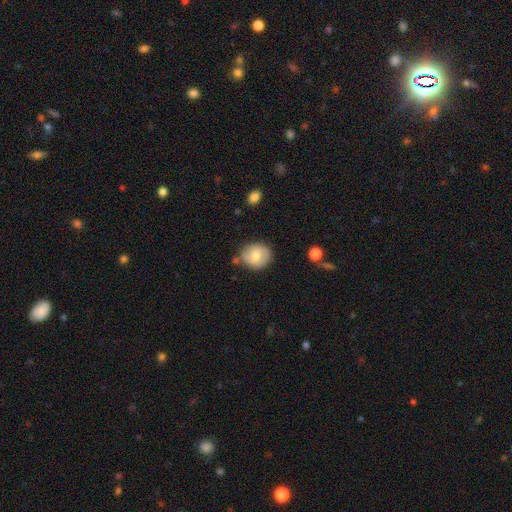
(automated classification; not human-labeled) smooth-or-featured: smooth: 76% | featured or disk: 17% | star or artifact: 8%
  how-rounded: round: 69% | in between: 30% | cigar-shaped: 1%
  merging: none: 72% | minor disturbance: 19% | merger: 6% | major disturbance: 4%